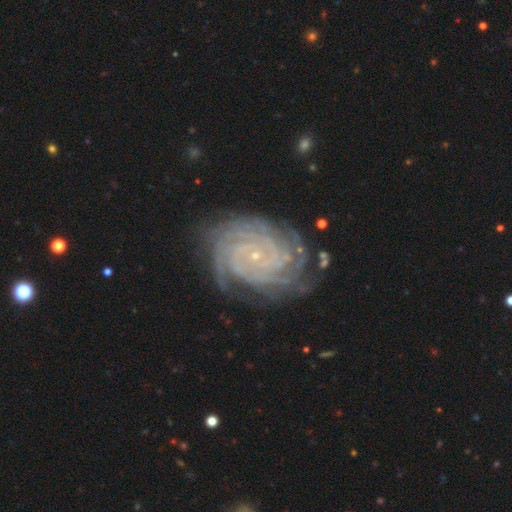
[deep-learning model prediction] Smooth or featured?
  - featured or disk: 91% *
  - star or artifact: 6%
  - smooth: 4%
Edge-on disk?
  - no: 98% *
  - yes: 2%
Bar?
  - no: 71% *
  - weak: 20%
  - strong: 9%
Spiral arms?
  - yes: 99% *
  - no: 1%
Spiral winding?
  - tight: 85% *
  - medium: 13%
  - loose: 2%
Spiral arm count?
  - 4: 25% *
  - more than 4: 24%
  - can't tell: 16%
  - 3: 15%
  - 2: 11%
  - 1: 8%
Bulge size?
  - small: 88% *
  - moderate: 8%
  - none: 2%
  - large: 1%
  - dominant: 1%
Merging?
  - none: 78% *
  - minor disturbance: 16%
  - major disturbance: 5%
  - merger: 2%